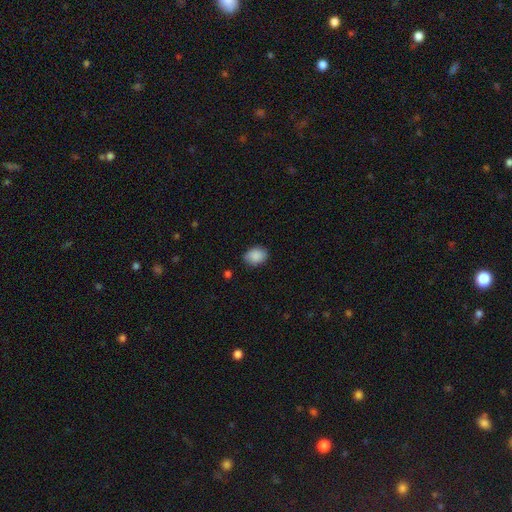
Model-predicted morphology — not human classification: The model was most divided on "how rounded": in between: 67%, round: 32%, cigar-shaped: 1%. More confident: smooth or featured — smooth (89%); merging — none (83%).